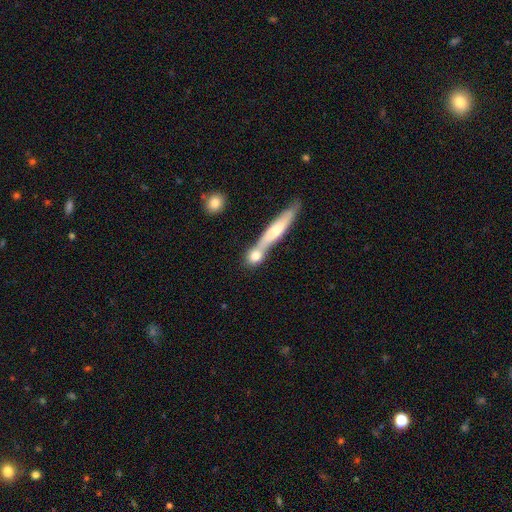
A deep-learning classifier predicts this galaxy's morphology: Q: Smooth or featured?
A: smooth (74%); runner-up: featured or disk (18%)
Q: How rounded?
A: round (56%); runner-up: cigar-shaped (22%)
Q: Merging?
A: none (48%); runner-up: merger (39%)